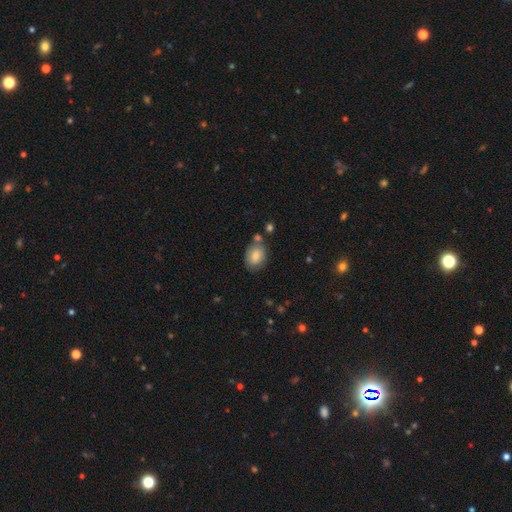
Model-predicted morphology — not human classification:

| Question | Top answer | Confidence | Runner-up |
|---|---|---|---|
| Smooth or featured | smooth | 82% | featured or disk (10%) |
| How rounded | in between | 79% | round (20%) |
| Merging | none | 66% | minor disturbance (18%) |